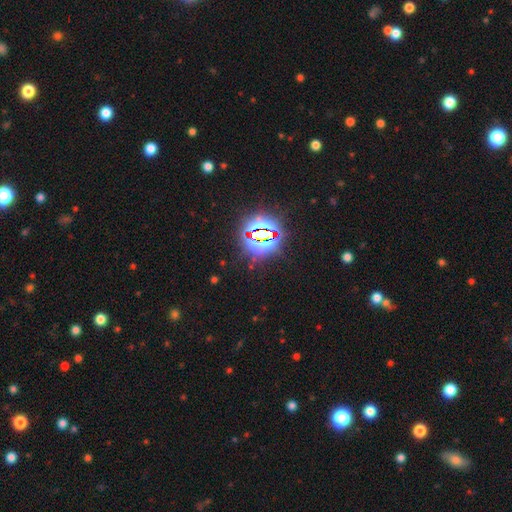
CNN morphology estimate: A star or artifact, not a galaxy (84%).